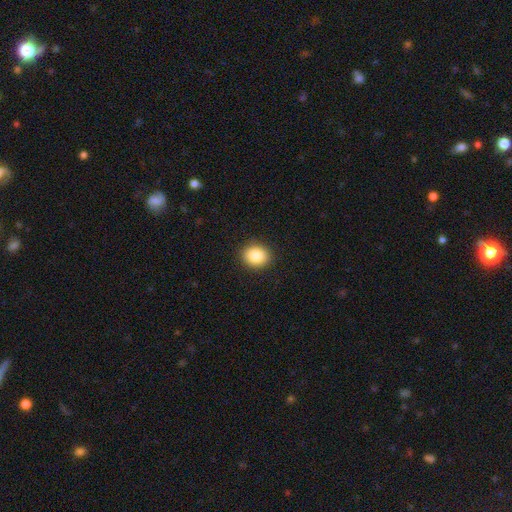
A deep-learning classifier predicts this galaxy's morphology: Smooth or featured?
  - smooth: 86% *
  - star or artifact: 9%
  - featured or disk: 5%
How rounded?
  - round: 66% *
  - in between: 33%
  - cigar-shaped: 1%
Merging?
  - none: 91% *
  - minor disturbance: 6%
  - major disturbance: 2%
  - merger: 1%